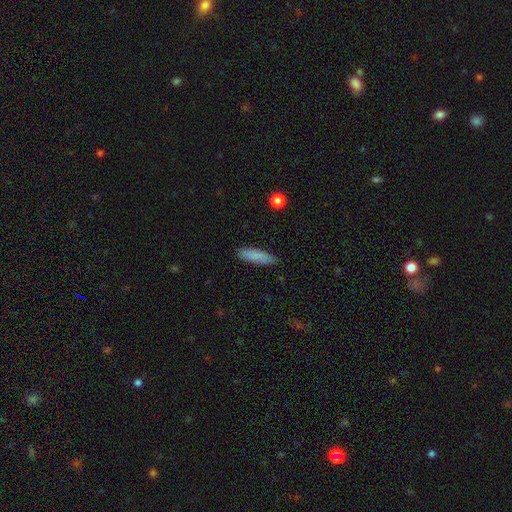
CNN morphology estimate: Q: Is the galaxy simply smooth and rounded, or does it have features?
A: smooth — 84%.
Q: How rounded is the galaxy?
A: cigar-shaped — 66%.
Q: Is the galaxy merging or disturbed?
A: none — 85%.